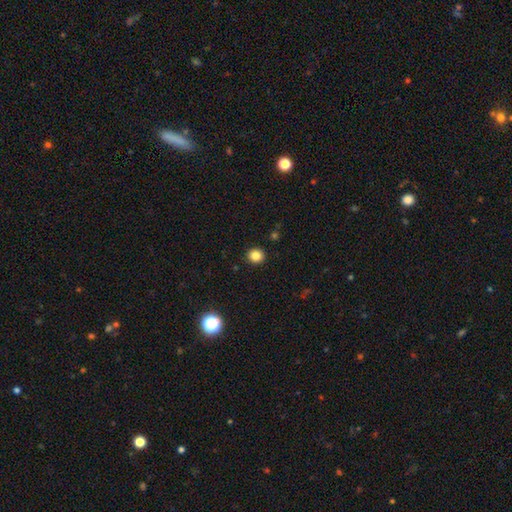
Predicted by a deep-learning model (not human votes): This is clearly a smooth galaxy (84%). How rounded: clearly round (90%). Merging: clearly none (93%).